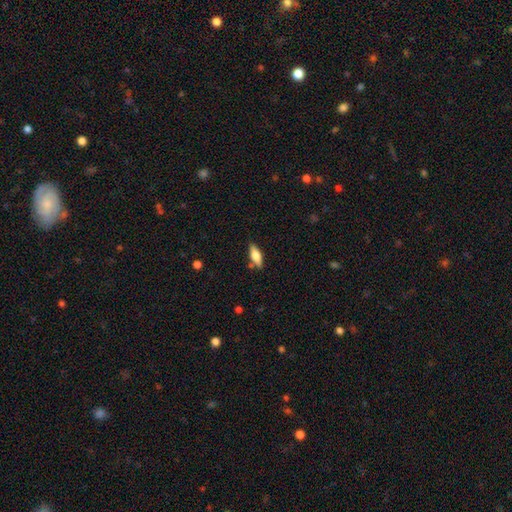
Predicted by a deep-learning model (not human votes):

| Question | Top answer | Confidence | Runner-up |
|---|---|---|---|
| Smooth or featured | smooth | 60% | featured or disk (34%) |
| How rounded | in between | 61% | cigar-shaped (36%) |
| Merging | none | 81% | minor disturbance (12%) |